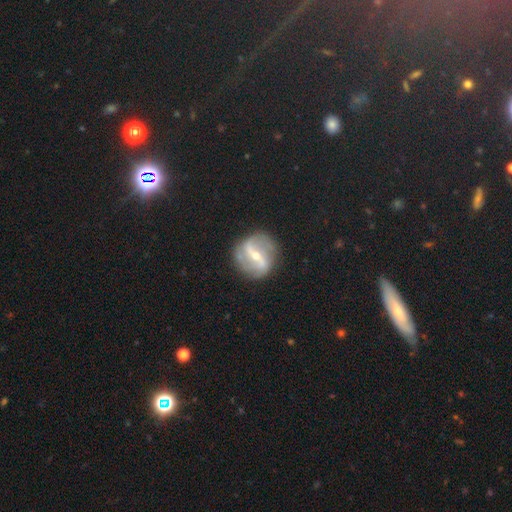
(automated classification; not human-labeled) smooth-or-featured: featured or disk: 82% | smooth: 12% | star or artifact: 6%
  disk-edge-on: no: 95% | yes: 5%
    bar: strong: 57% | weak: 30% | no: 13%
    has-spiral-arms: yes: 87% | no: 13%
      spiral-winding: loose: 46% | medium: 37% | tight: 17%
      spiral-arm-count: 2: 80% | can't tell: 8% | 3: 5% | 1: 3% | 4: 2% | more than 4: 2%
    bulge-size: small: 53% | moderate: 43% | large: 2% | none: 1% | dominant: 1%
  merging: none: 81% | minor disturbance: 12% | major disturbance: 5% | merger: 2%